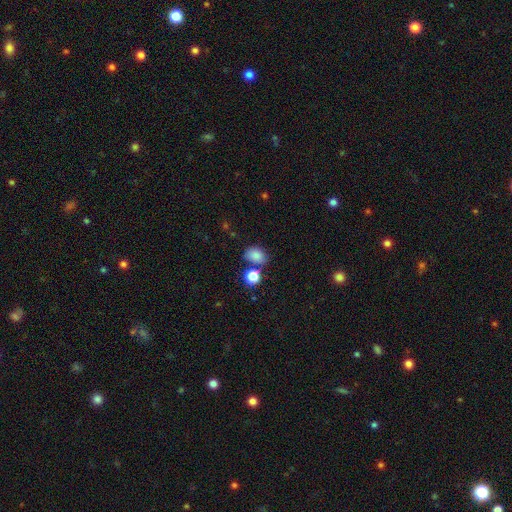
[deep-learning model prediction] Morphology: type=smooth (81%); roundness=in between (67%); merging=none (65%).